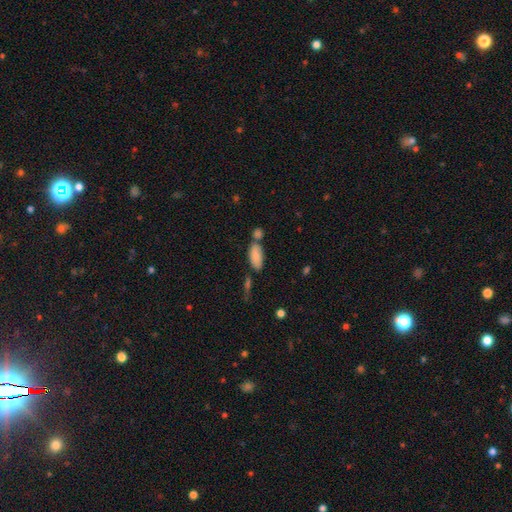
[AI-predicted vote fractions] Smooth or featured? Predicted: smooth (p=0.85). How rounded? Predicted: in between (p=0.85). Merging? Predicted: none (p=0.55).